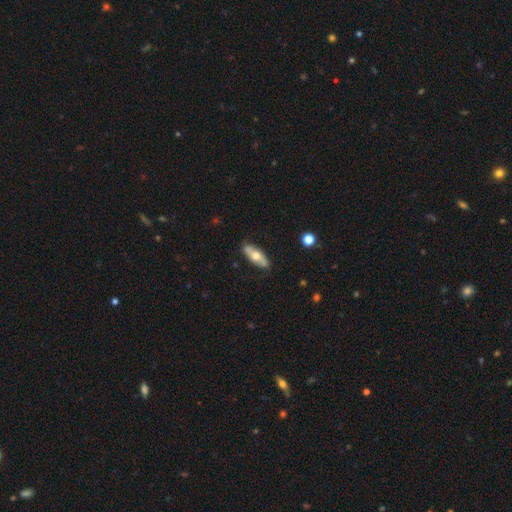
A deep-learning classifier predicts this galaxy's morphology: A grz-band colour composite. It shows a smooth galaxy with no disk features (51%) that is in between round and cigar-shaped (64%). Merging: none (84%).